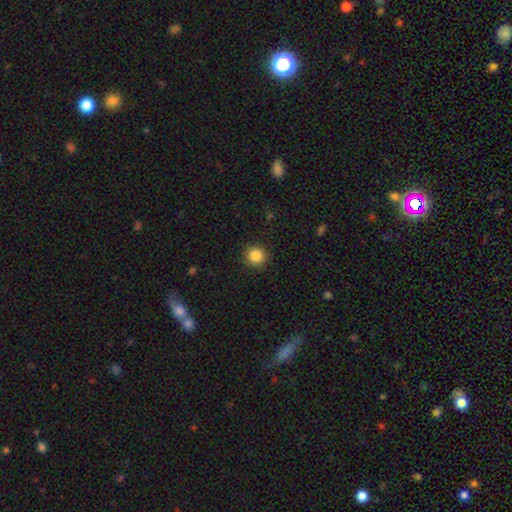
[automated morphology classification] This is clearly a smooth galaxy (86%). How rounded: clearly round (93%). Merging: clearly none (91%).